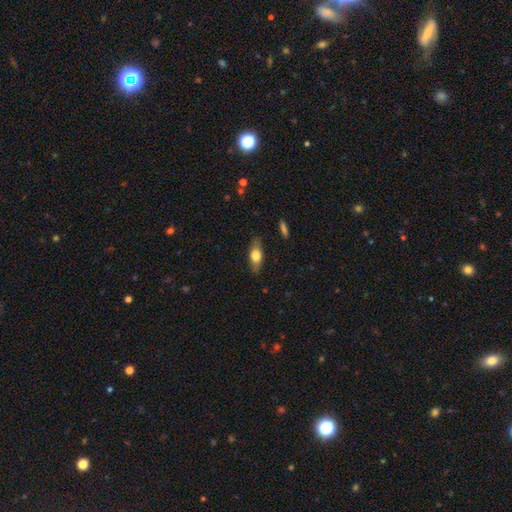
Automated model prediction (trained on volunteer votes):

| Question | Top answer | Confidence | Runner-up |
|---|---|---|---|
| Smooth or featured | smooth | 67% | featured or disk (26%) |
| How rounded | in between | 75% | cigar-shaped (20%) |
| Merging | none | 82% | minor disturbance (14%) |